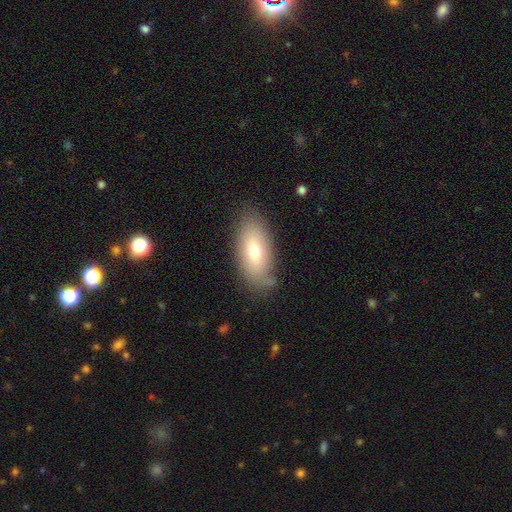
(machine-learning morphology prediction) A smooth galaxy with no disk features (65%) that is in between round and cigar-shaped (88%).

Vote fractions:
- Smooth or featured? smooth: 65% / featured or disk: 26% / star or artifact: 9%
- How rounded? in between: 88% / cigar-shaped: 9% / round: 3%
- Merging? none: 78% / minor disturbance: 16% / major disturbance: 4% / merger: 2%